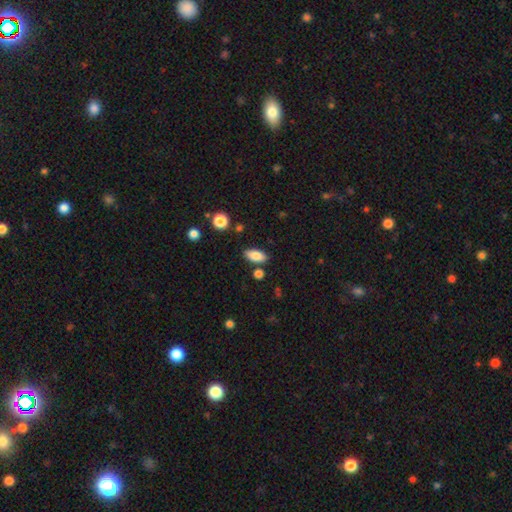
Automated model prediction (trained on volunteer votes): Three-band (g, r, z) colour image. It shows a smooth galaxy with no disk features (84%) that is in between round and cigar-shaped (89%). Merging: none (83%).